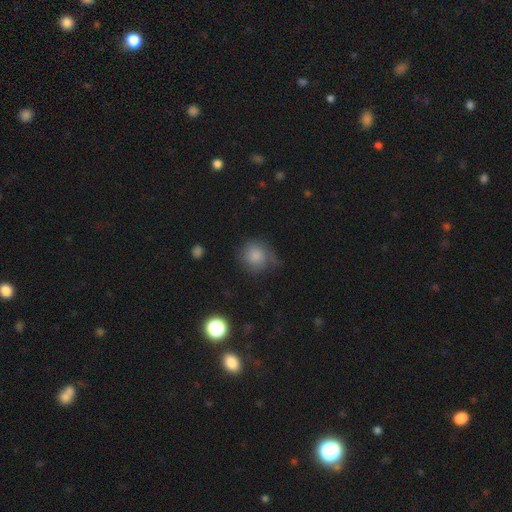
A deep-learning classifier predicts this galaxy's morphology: Overall: smooth (81%). How rounded: round (86%). Merging: none (54%; minor disturbance 32%).